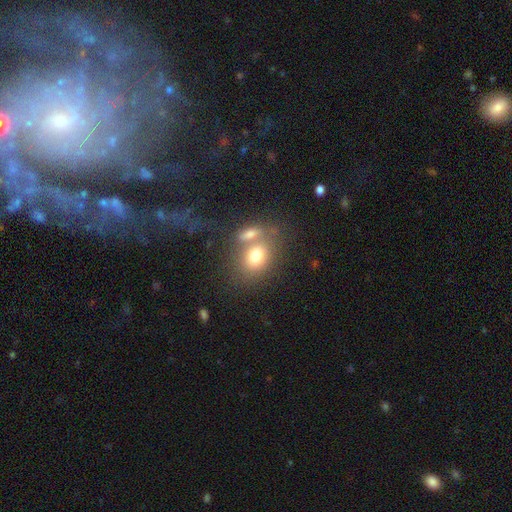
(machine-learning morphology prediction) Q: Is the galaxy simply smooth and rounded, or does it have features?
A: smooth — 73%.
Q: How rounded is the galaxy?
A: in between — 65%.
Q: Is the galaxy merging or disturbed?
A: merger — 42%.